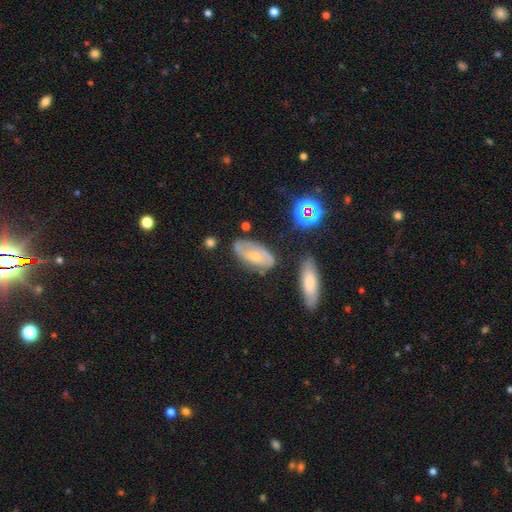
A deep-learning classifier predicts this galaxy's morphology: Smooth or featured? Predicted: featured or disk (p=0.54). Edge-on disk? Predicted: no (p=0.89). Merging? Predicted: none (p=0.62).